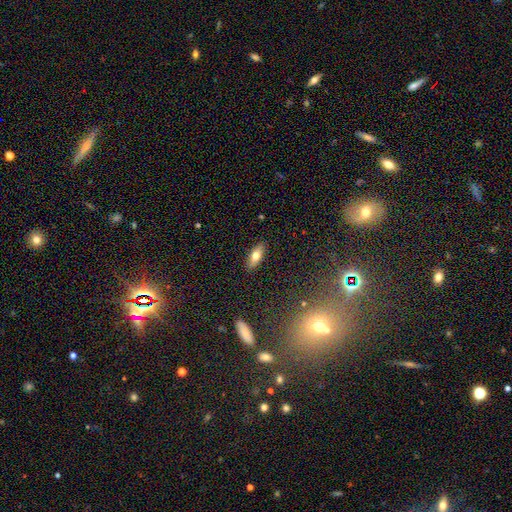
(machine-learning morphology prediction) A smooth galaxy with no disk features (66%) that is in between round and cigar-shaped (66%). Merging: none (89%).